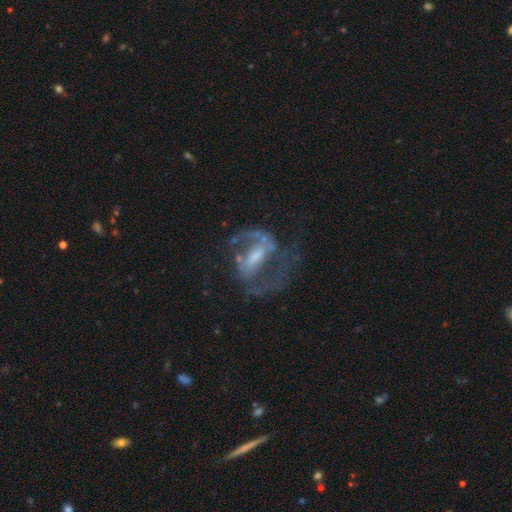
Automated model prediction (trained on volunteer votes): Smooth or featured: featured or disk — 86% (smooth — 7%)
Edge-on disk: no — 96% (yes — 4%)
Bar: strong — 44% (weak — 42%)
Spiral arms: yes — 91% (no — 9%)
Spiral winding: medium — 55% (loose — 29%)
Spiral arm count: 2 — 85% (1 — 6%)
Bulge size: moderate — 39% (small — 31%)
Merging: none — 54% (major disturbance — 27%)